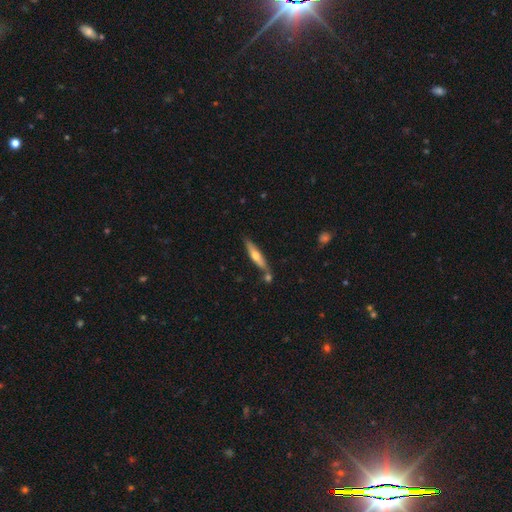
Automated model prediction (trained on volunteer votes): A featured or disk galaxy (47%, tied with smooth).

Vote fractions:
- Smooth or featured? featured or disk: 47% (tied) / smooth: 47% (tied) / star or artifact: 6%
- Merging? none: 70% / merger: 14% / minor disturbance: 14% / major disturbance: 3%